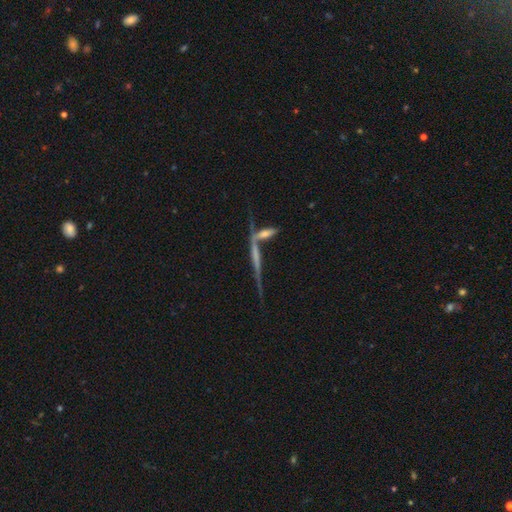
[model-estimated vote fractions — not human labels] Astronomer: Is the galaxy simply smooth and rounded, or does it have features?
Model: featured or disk — 58%.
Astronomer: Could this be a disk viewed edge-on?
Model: yes — 79%.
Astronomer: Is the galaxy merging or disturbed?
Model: merger — 40% (runner-up: none, 36%).